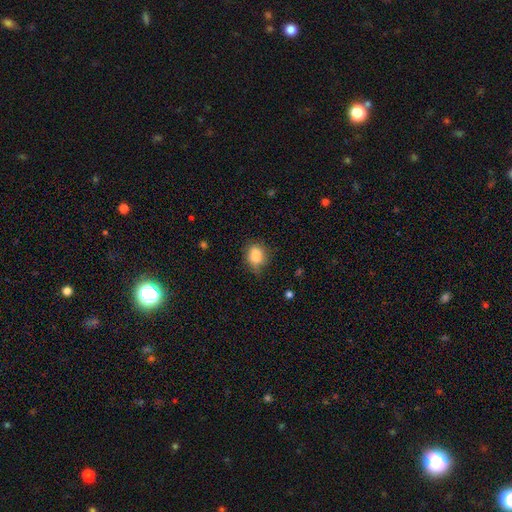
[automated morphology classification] Smooth or featured? Predicted: smooth (p=0.80). How rounded? Predicted: in between (p=0.59). Merging? Predicted: none (p=0.52).